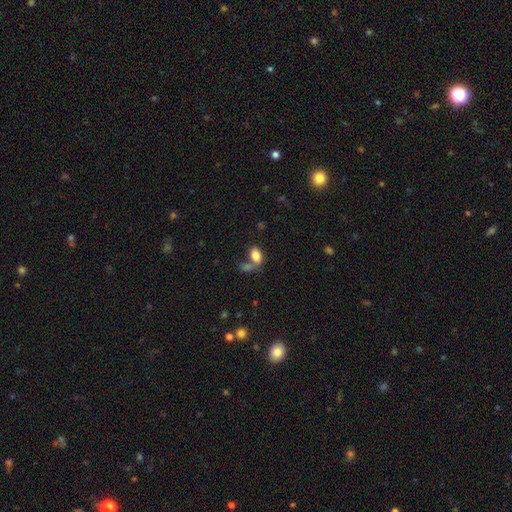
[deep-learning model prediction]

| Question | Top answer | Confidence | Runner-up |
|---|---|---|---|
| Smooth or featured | smooth | 83% | star or artifact (9%) |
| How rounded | in between | 88% | round (11%) |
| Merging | none | 45% | merger (34%) |